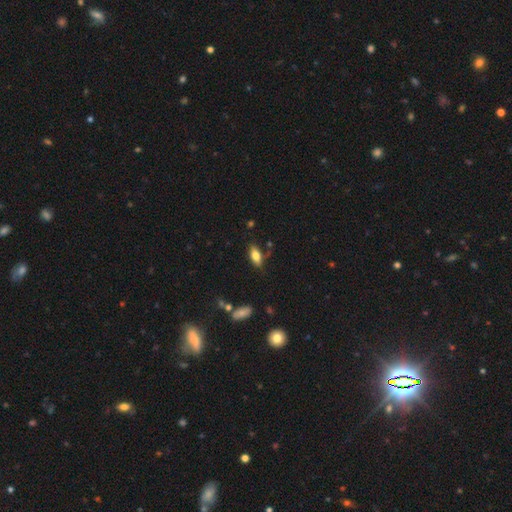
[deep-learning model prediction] smooth 75%, featured or disk 17%, star or artifact 8%. Down the decision tree: how rounded — in between (83%); merging — none (74%).